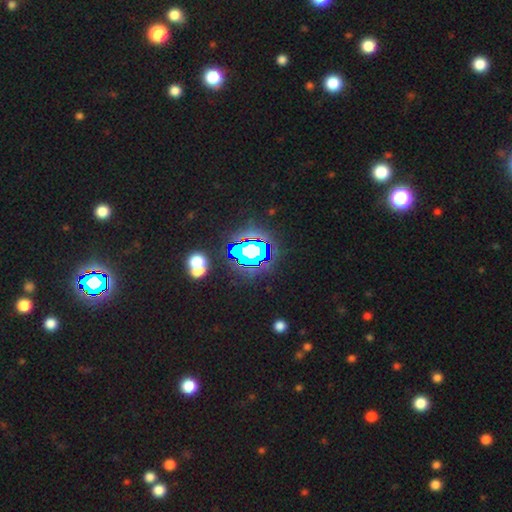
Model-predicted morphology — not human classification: The model was most divided on "smooth or featured": star or artifact: 73%, smooth: 14%, featured or disk: 12%.